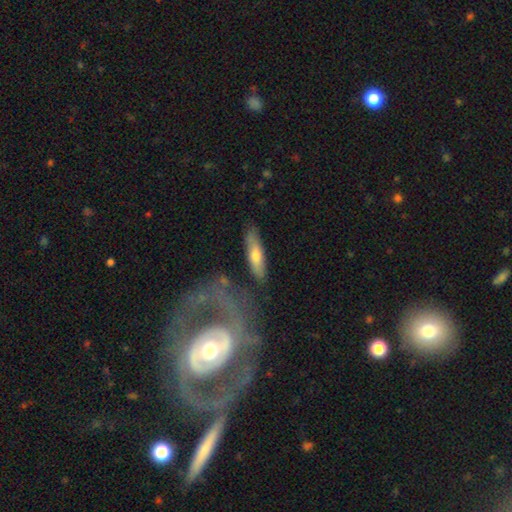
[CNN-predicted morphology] Overall: smooth (52%; featured or disk 42%). How rounded: cigar-shaped (65%; in between 32%). Merging: none (71%).